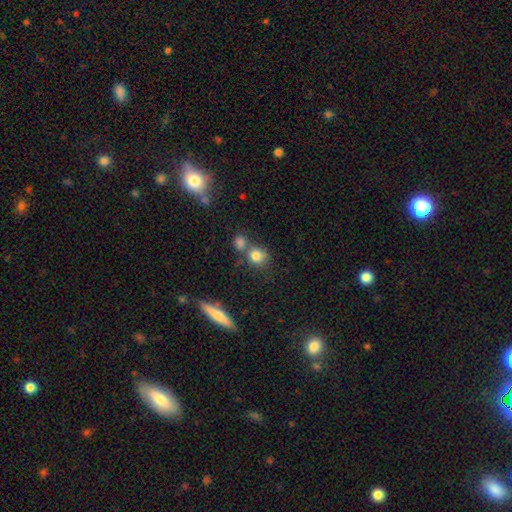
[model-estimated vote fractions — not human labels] Morphology: type=smooth (79%); roundness=round (76%); merging=none (53%).